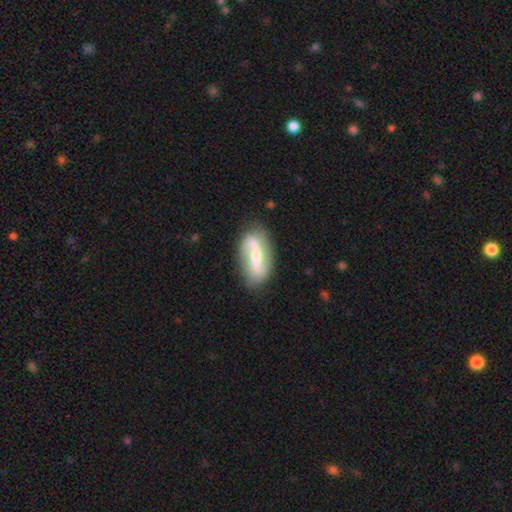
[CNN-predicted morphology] smooth_or_featured: featured or disk (p=0.76) [alt: smooth p=0.19]
disk_edge_on: no (p=0.93) [alt: yes p=0.07]
bar: strong (p=0.45) [alt: weak p=0.36]
has_spiral_arms: yes (p=0.90) [alt: no p=0.10]
spiral_winding: loose (p=0.63) [alt: medium p=0.27]
spiral_arm_count: 2 (p=0.89) [alt: can't tell p=0.05]
bulge_size: moderate (p=0.46) [alt: small p=0.43]
merging: none (p=0.79) [alt: minor disturbance p=0.15]